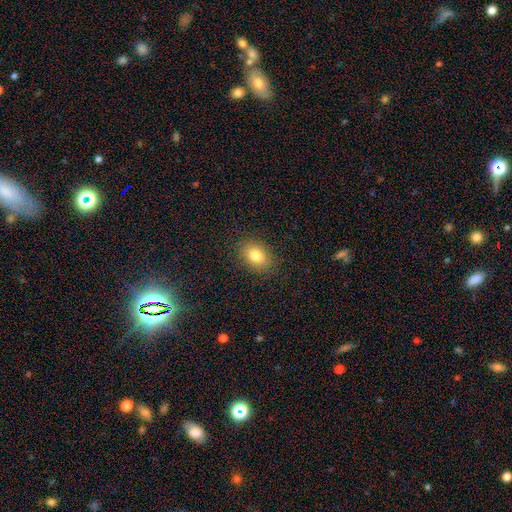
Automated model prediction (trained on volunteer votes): A smooth galaxy with no disk features (82%) that is in between round and cigar-shaped (81%).

Vote fractions:
- Smooth or featured? smooth: 82% / star or artifact: 10% / featured or disk: 9%
- How rounded? in between: 81% / round: 17% / cigar-shaped: 1%
- Merging? none: 87% / minor disturbance: 9% / major disturbance: 3% / merger: 1%